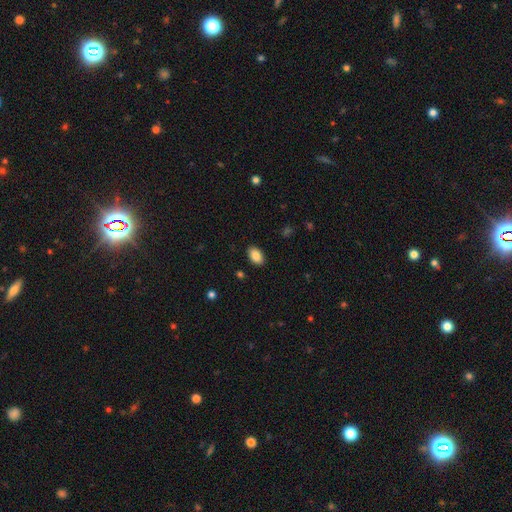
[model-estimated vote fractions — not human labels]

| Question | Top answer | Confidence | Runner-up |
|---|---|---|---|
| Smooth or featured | smooth | 87% | star or artifact (8%) |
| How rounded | in between | 91% | round (8%) |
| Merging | none | 89% | minor disturbance (8%) |